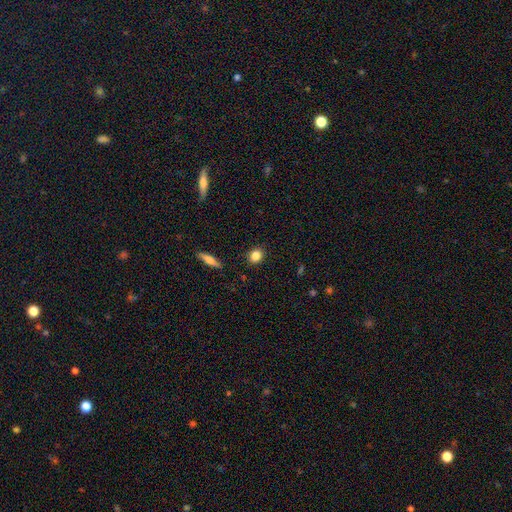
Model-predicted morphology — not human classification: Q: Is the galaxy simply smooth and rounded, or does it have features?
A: smooth — 84%.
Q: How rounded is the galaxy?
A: round — 67%.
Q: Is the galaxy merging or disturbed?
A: none — 88%.